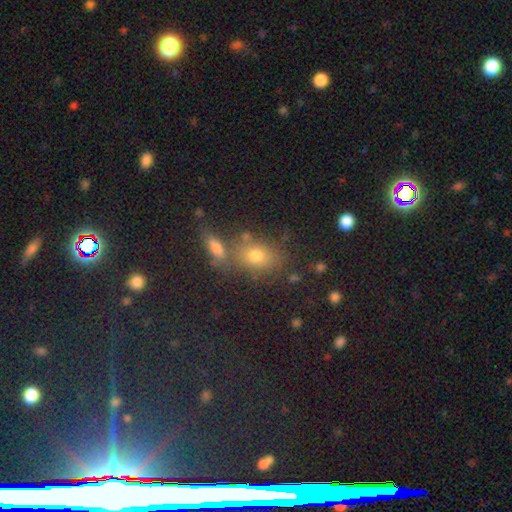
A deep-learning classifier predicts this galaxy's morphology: A smooth galaxy with no disk features (70%) that is in between round and cigar-shaped (69%). Merging: none (60%).